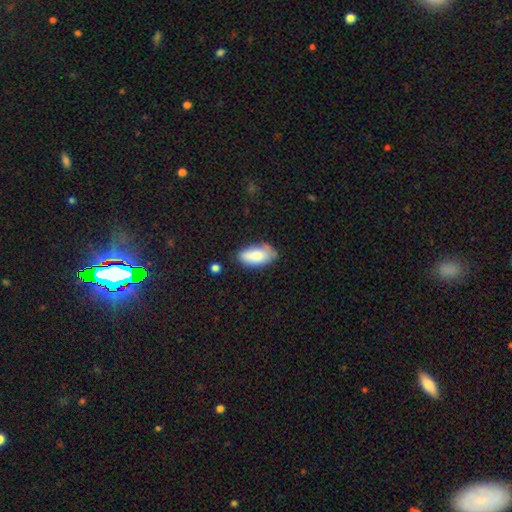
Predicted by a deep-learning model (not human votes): Morphology: type=smooth (80%); roundness=in between (92%); merging=none (64%).